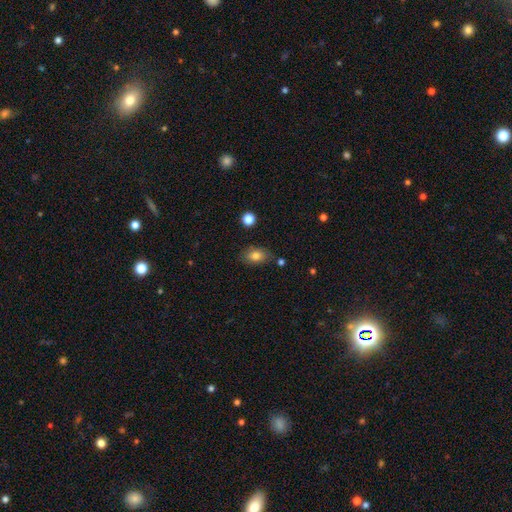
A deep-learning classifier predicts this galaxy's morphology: Smooth or featured?
  - smooth: 81% *
  - featured or disk: 10%
  - star or artifact: 9%
How rounded?
  - in between: 83% *
  - round: 15%
  - cigar-shaped: 2%
Merging?
  - none: 79% *
  - minor disturbance: 15%
  - merger: 3%
  - major disturbance: 3%